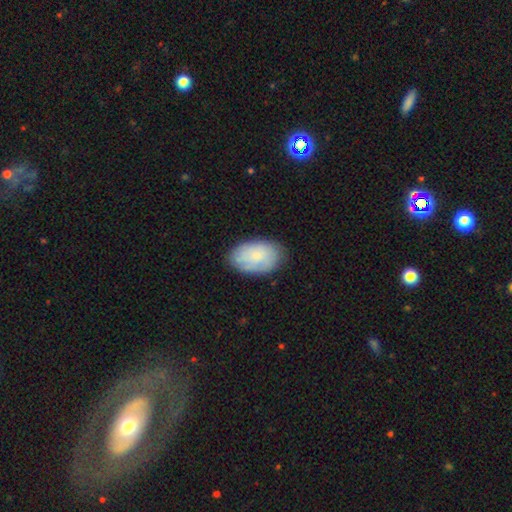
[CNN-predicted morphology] This appears to be a smooth galaxy with no disk features (70%) that is in between round and cigar-shaped (91%). Merging: none (78%).